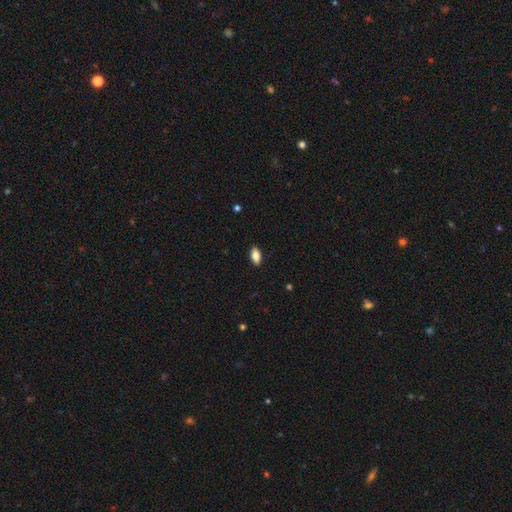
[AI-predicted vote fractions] smooth 79%, featured or disk 14%, star or artifact 7%. Down the decision tree: how rounded — in between (89%); merging — none (89%).